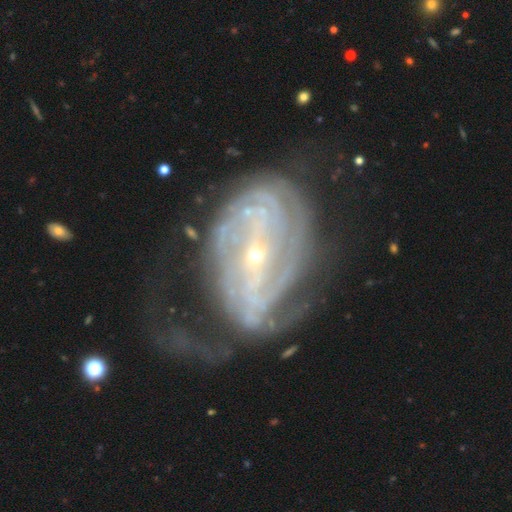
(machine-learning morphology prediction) A featured or disk galaxy (87%) with a strong bar (36%), 2 (32%) tight (54%) spiral arms (93%) and a small central bulge (86%). Merging: none (39%).